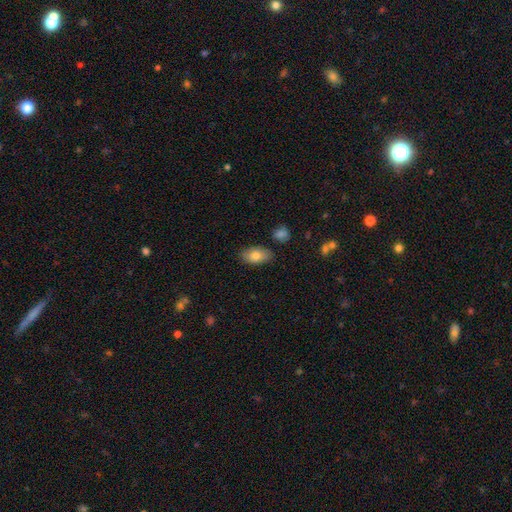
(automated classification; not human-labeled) A smooth galaxy with no disk features (78%) that is in between round and cigar-shaped (92%).

Vote fractions:
- Smooth or featured? smooth: 78% / featured or disk: 15% / star or artifact: 7%
- How rounded? in between: 92% / round: 5% / cigar-shaped: 3%
- Merging? none: 82% / minor disturbance: 13% / merger: 3% / major disturbance: 2%